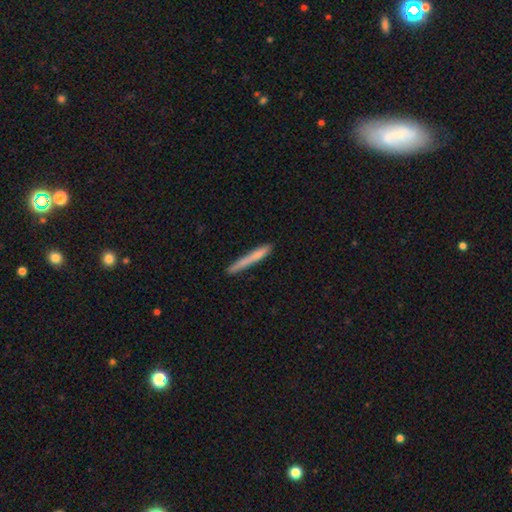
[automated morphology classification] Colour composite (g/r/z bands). It shows a smooth galaxy with no disk features (73%) that is cigar-shaped (96%). Merging: none (78%).